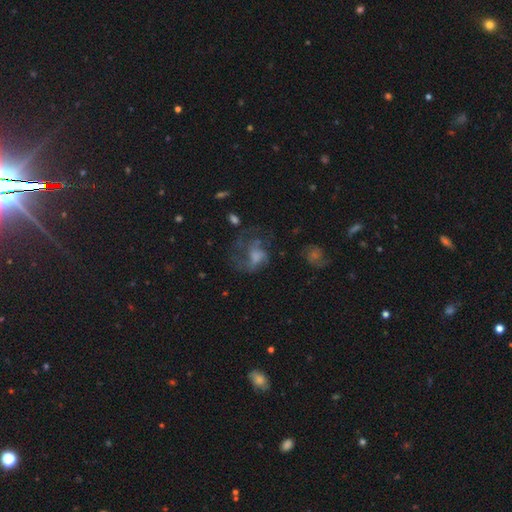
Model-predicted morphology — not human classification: A featured or disk galaxy (52%).

Vote fractions:
- Smooth or featured? featured or disk: 52% / smooth: 28% / star or artifact: 20%
- Edge-on disk? no: 97% / yes: 3%
- Merging? none: 41% / major disturbance: 37% / minor disturbance: 18% / merger: 4%